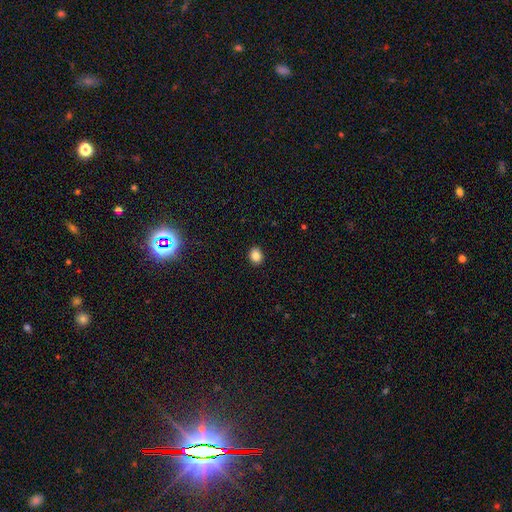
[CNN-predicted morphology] smooth-or-featured: smooth: 85% | star or artifact: 11% | featured or disk: 5%
  how-rounded: round: 54% | in between: 45% | cigar-shaped: 1%
  merging: none: 91% | minor disturbance: 6% | major disturbance: 2% | merger: 1%